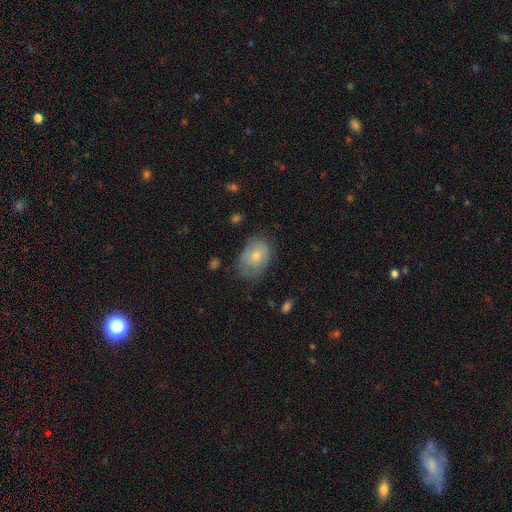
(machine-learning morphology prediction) type=smooth (62%); roundness=in between (78%); merging=none (62%).